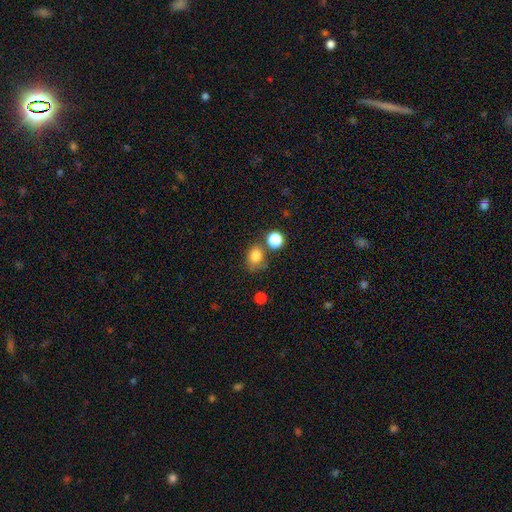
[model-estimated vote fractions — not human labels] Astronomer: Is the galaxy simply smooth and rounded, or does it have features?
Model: smooth — 80%.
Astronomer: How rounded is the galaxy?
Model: round — 58% (runner-up: in between, 41%).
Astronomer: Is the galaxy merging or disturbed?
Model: none — 53%.